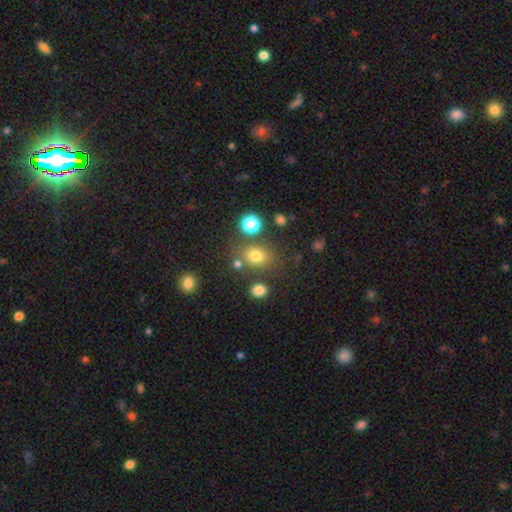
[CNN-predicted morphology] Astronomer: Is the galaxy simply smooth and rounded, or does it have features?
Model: smooth — 73%.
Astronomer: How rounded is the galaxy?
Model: round — 56% (runner-up: in between, 43%).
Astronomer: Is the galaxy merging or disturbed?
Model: none — 72%.